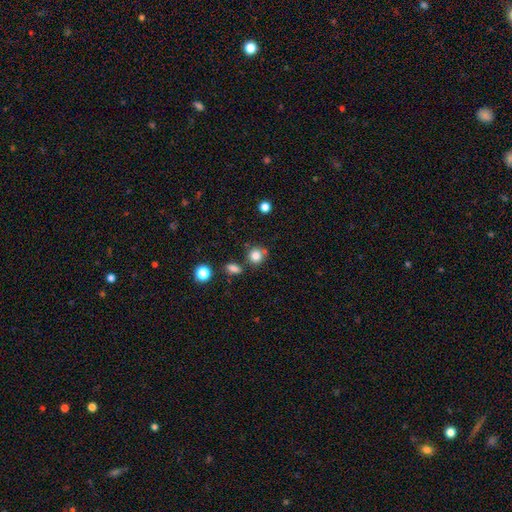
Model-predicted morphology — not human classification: Smooth or featured? smooth (83%)
How rounded? round (85%)
Merging? none (69%)